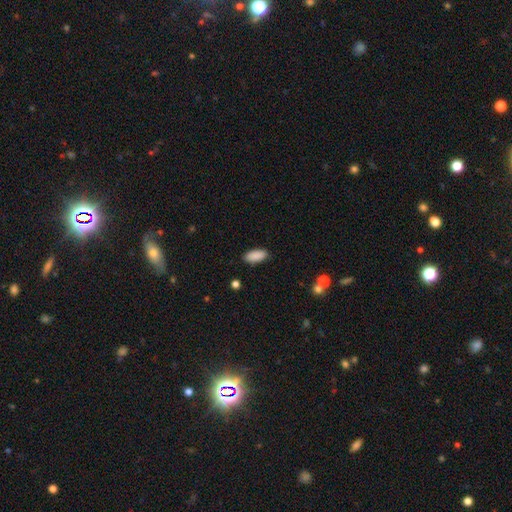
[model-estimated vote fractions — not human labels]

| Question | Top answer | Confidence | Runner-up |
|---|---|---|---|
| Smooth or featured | smooth | 90% | star or artifact (7%) |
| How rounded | in between | 87% | cigar-shaped (11%) |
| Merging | none | 89% | minor disturbance (8%) |